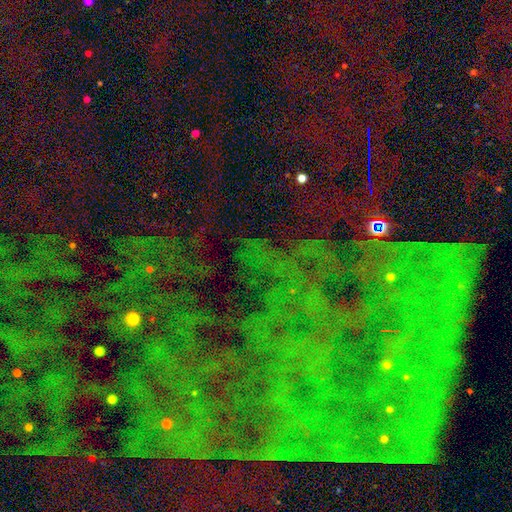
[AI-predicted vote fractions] star or artifact 80%, featured or disk 10%, smooth 10%.